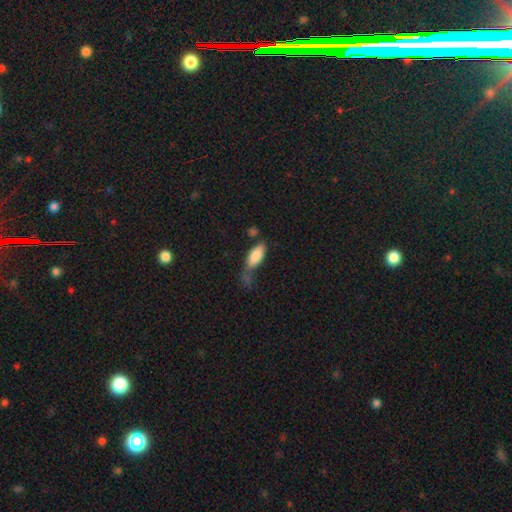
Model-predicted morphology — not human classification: A smooth galaxy with no disk features (80%) that is in between round and cigar-shaped (80%). Merging: none (39%).